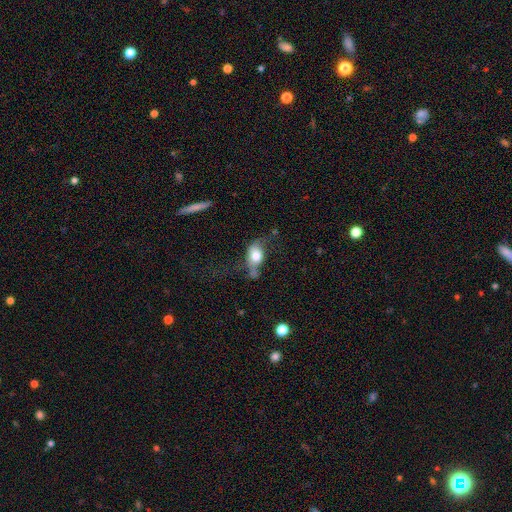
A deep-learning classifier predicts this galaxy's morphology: smooth-or-featured: smooth: 66% | featured or disk: 26% | star or artifact: 9%
  how-rounded: in between: 75% | round: 21% | cigar-shaped: 4%
  merging: major disturbance: 32% | none: 30% | minor disturbance: 25% | merger: 12%